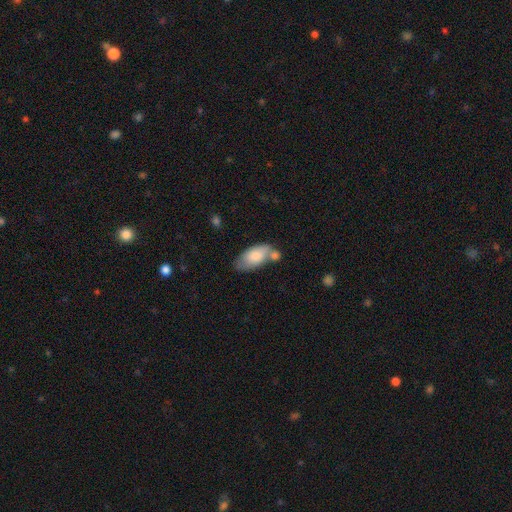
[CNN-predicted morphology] smooth 80%, featured or disk 14%, star or artifact 6%. Down the decision tree: how rounded — in between (92%); merging — none (43%).